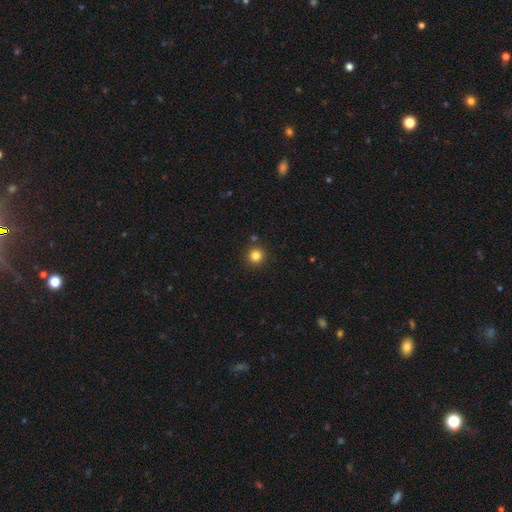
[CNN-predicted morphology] The model was most divided on "smooth or featured": smooth: 83%, star or artifact: 12%, featured or disk: 5%. More confident: how rounded — round (95%); merging — none (89%).